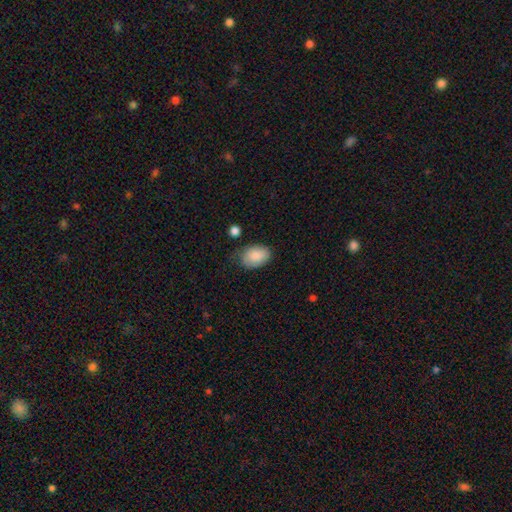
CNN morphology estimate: smooth 86%, featured or disk 7%, star or artifact 6%. Down the decision tree: how rounded — in between (85%); merging — none (65%).